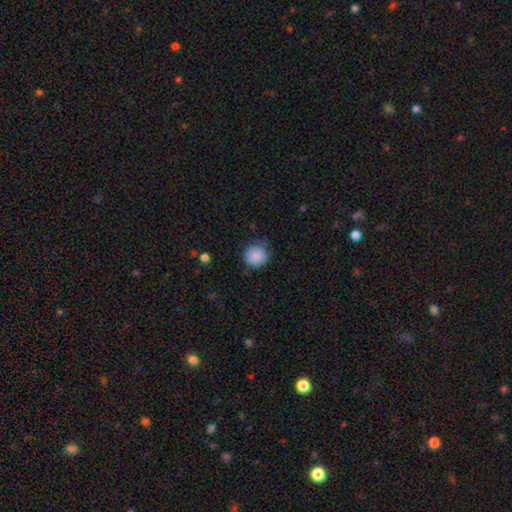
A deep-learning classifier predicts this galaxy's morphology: smooth 87%, star or artifact 8%, featured or disk 5%. Down the decision tree: how rounded — round (93%); merging — none (70%).